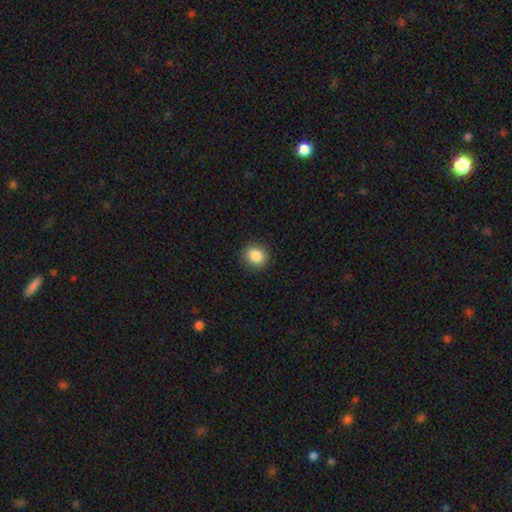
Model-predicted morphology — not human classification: Smooth or featured?
  - smooth: 87% *
  - star or artifact: 9%
  - featured or disk: 4%
How rounded?
  - round: 78% *
  - in between: 21%
  - cigar-shaped: 1%
Merging?
  - none: 90% *
  - minor disturbance: 7%
  - major disturbance: 2%
  - merger: 1%